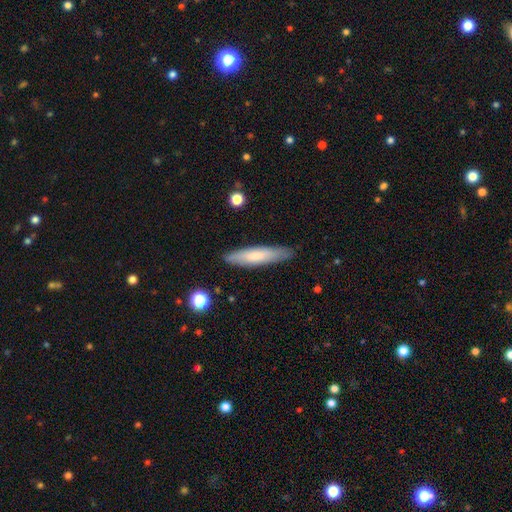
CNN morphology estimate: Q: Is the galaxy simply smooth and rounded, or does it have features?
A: smooth — 68%.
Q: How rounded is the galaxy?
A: cigar-shaped — 81%.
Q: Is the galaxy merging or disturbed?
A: none — 87%.